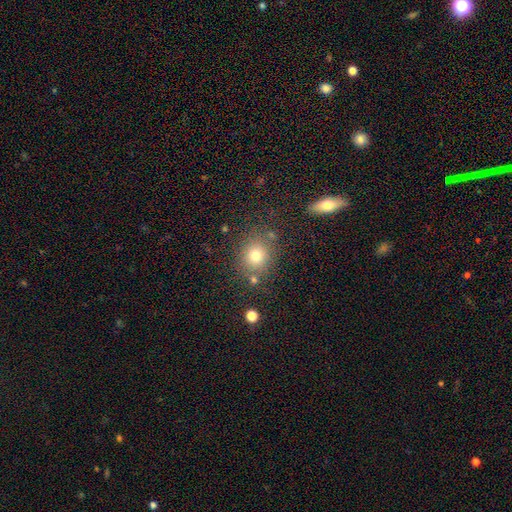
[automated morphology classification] smooth 76%, star or artifact 14%, featured or disk 10%. Down the decision tree: how rounded — round (75%); merging — none (77%).